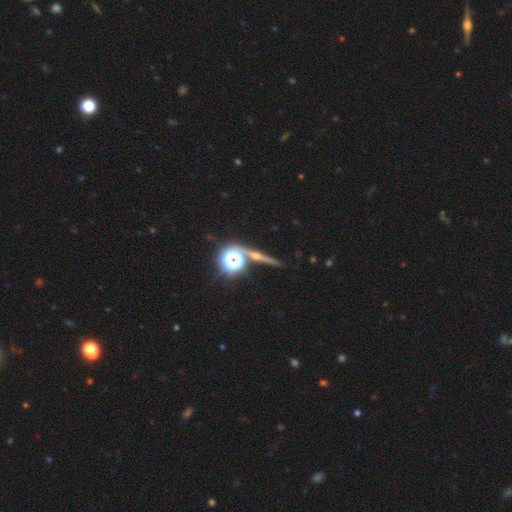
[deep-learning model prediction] Q: Smooth or featured?
A: featured or disk (50%); runner-up: star or artifact (28%)
Q: Edge-on disk?
A: yes (92%); runner-up: no (8%)
Q: Merging?
A: none (83%); runner-up: minor disturbance (8%)